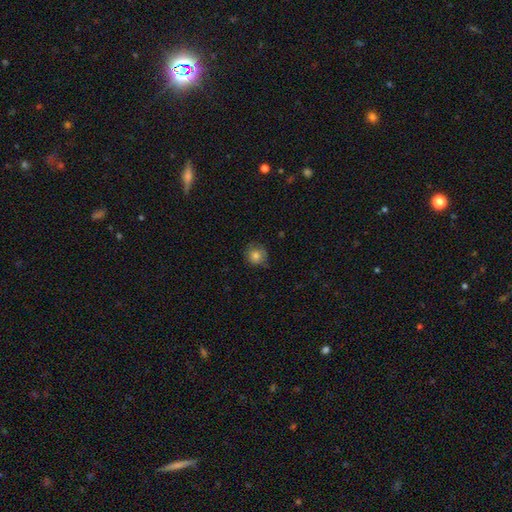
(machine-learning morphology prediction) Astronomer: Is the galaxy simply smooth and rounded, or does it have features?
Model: smooth — 81%.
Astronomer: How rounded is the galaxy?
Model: round — 86%.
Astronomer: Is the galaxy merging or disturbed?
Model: none — 75%.